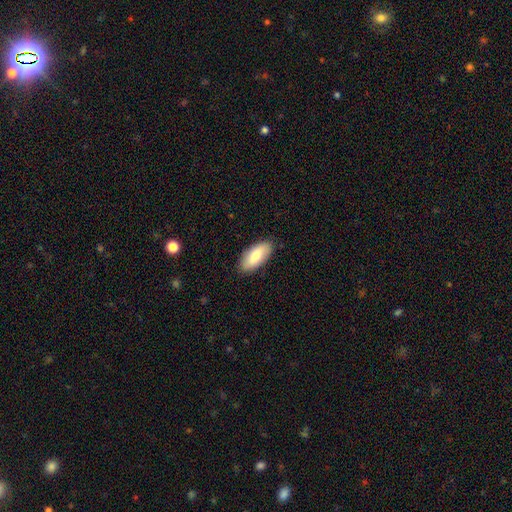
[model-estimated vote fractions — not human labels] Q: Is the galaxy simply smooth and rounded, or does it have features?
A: smooth — 77%.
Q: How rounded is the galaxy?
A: in between — 89%.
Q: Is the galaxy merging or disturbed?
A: none — 86%.